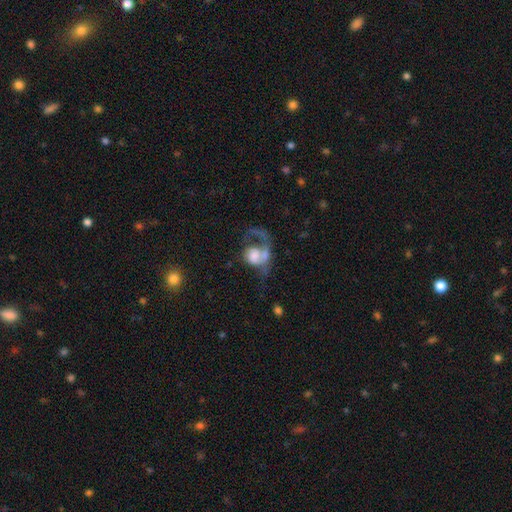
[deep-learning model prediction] Morphology: type=featured or disk (46%); merging=major disturbance (48%).